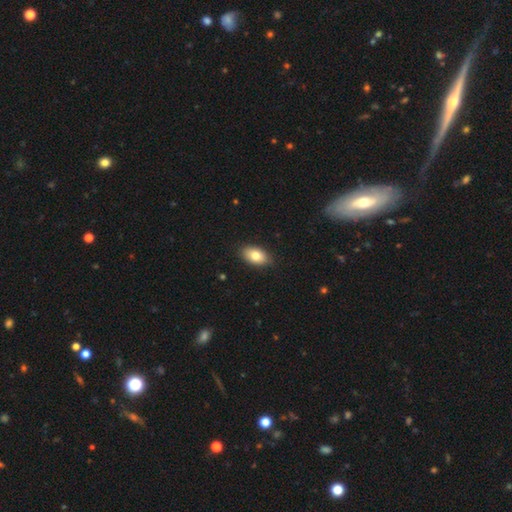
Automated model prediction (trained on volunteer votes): This is likely a smooth galaxy (79%). How rounded: clearly in between (91%). Merging: clearly none (87%).